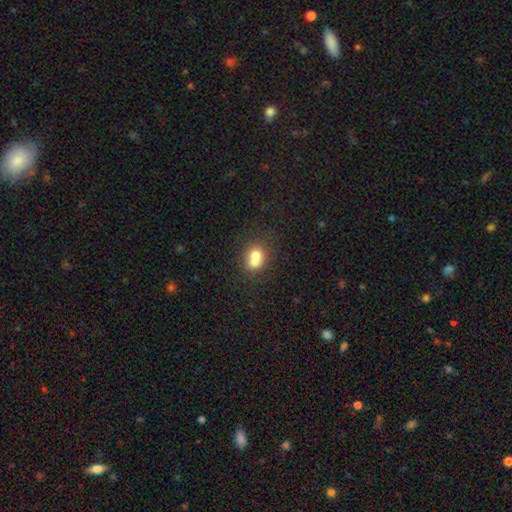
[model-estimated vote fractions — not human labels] Smooth or featured? smooth (69%)
How rounded? round (65%)
Merging? merger (57%)